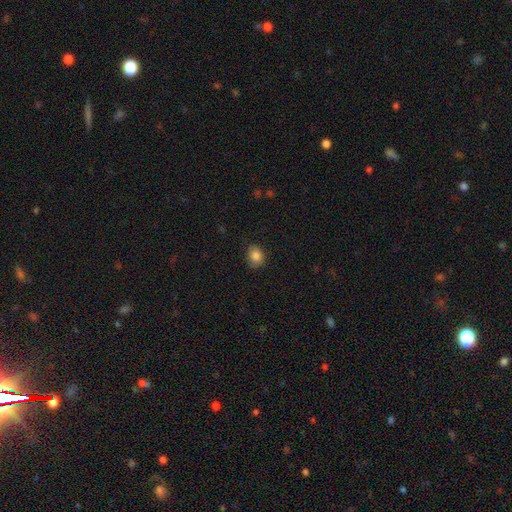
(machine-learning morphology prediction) smooth 85%, star or artifact 9%, featured or disk 5%. Down the decision tree: how rounded — round (54%); merging — none (81%).